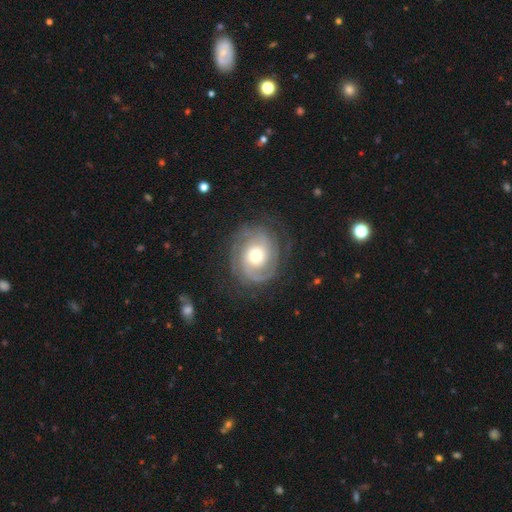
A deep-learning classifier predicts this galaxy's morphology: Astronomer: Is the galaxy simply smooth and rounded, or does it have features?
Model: featured or disk — 82%.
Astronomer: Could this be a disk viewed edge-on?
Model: no — 97%.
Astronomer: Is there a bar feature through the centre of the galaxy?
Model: no — 74%.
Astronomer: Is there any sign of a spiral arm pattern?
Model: yes — 94%.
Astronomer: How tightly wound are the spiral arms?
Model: tight — 59%.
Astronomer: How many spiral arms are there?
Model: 2 — 58%.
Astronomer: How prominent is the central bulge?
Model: moderate — 68%.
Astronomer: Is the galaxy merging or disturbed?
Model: none — 75%.